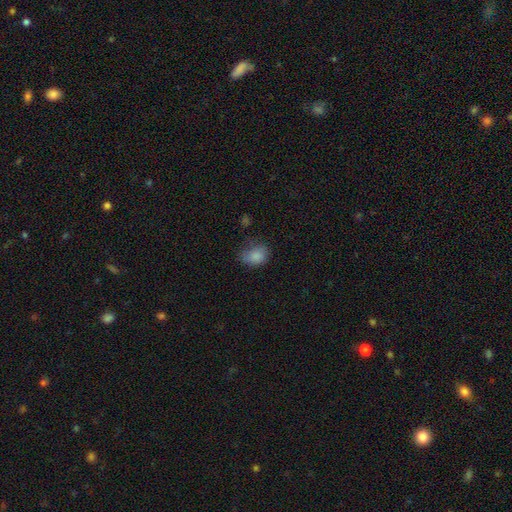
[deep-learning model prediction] The model was most divided on "merging": none: 53%, minor disturbance: 32%, major disturbance: 12%, merger: 2%. More confident: smooth or featured — smooth (84%); how rounded — in between (63%).